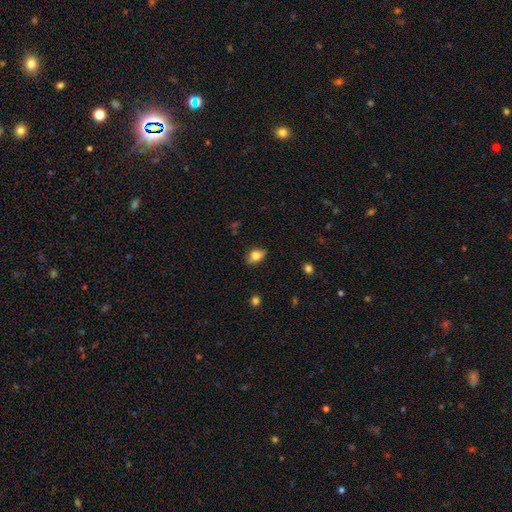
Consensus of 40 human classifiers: smooth_or_featured: smooth (p=0.70) [alt: featured or disk p=0.28]
how_rounded: in between (p=0.75) [alt: round p=0.21]
merging: none (p=0.72) [alt: minor disturbance p=0.23]